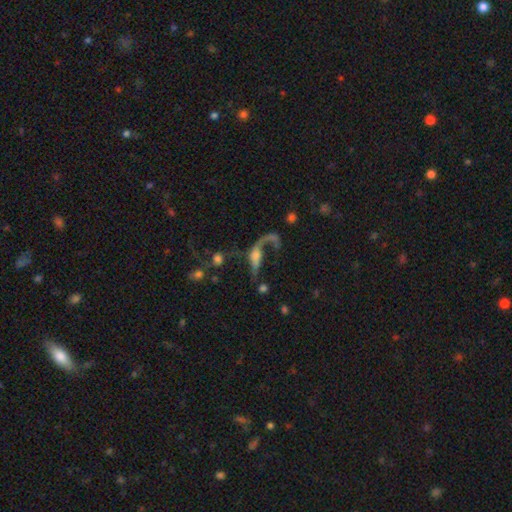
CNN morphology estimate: Smooth or featured? featured or disk (59%)
Edge-on disk? no (84%)
Merging? major disturbance (44%)